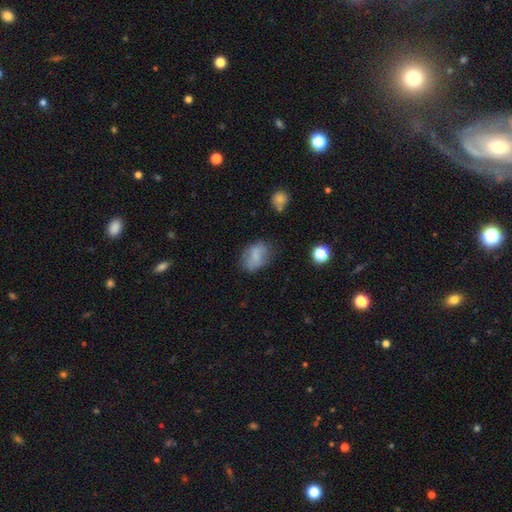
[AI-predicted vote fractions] smooth_or_featured: smooth (p=0.74) [alt: featured or disk p=0.16]
how_rounded: in between (p=0.81) [alt: round p=0.18]
merging: none (p=0.66) [alt: minor disturbance p=0.23]